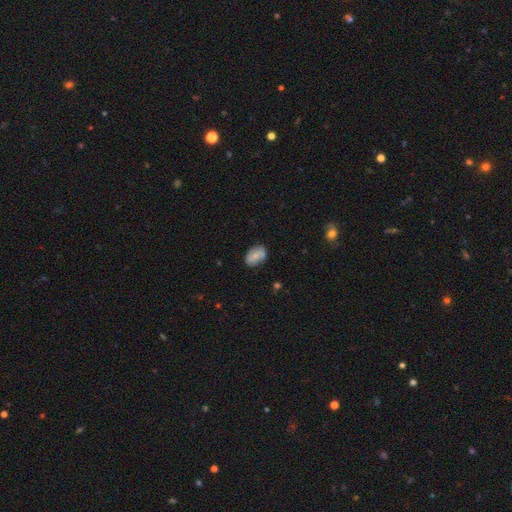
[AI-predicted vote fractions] Smooth or featured? Predicted: smooth (p=0.56). How rounded? Predicted: in between (p=0.84). Merging? Predicted: none (p=0.74).